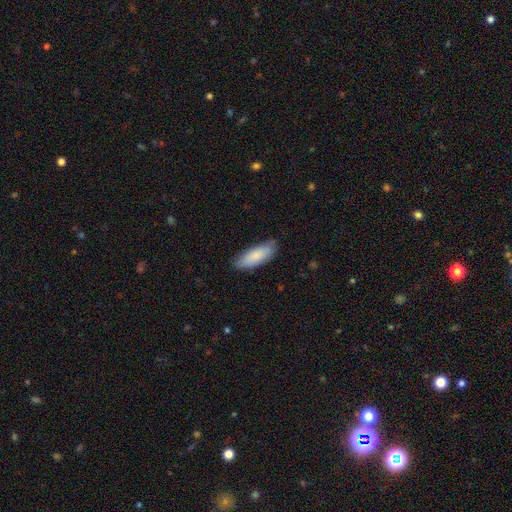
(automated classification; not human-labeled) smooth 83%, featured or disk 12%, star or artifact 5%. Down the decision tree: how rounded — in between (67%); merging — none (79%).